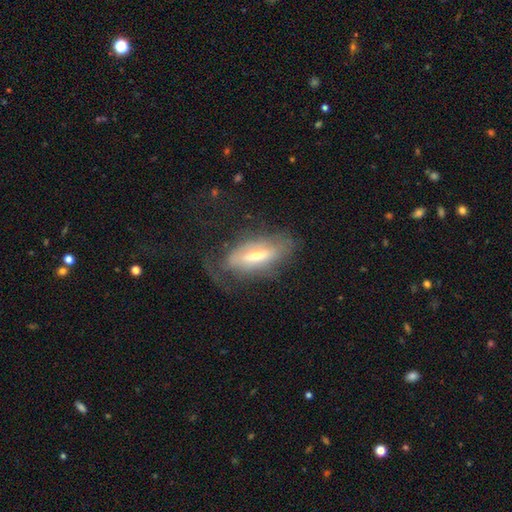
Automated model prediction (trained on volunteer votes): Smooth or featured: featured or disk — 56% (smooth — 36%)
Edge-on disk: no — 61% (yes — 39%)
Merging: none — 49% (major disturbance — 25%)